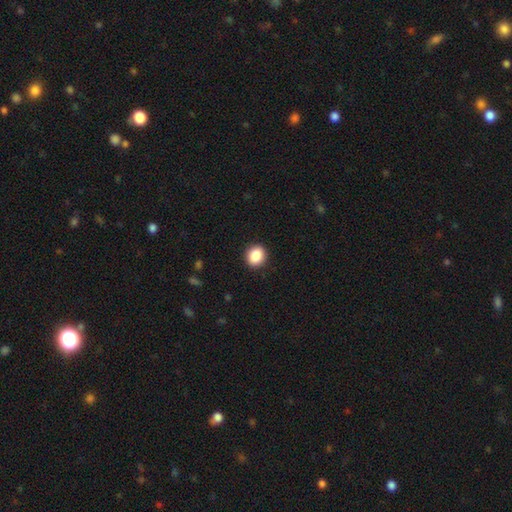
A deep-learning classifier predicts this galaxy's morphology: The model was most divided on "how rounded": round: 67%, in between: 32%, cigar-shaped: 1%. More confident: merging — none (91%); smooth or featured — smooth (88%).